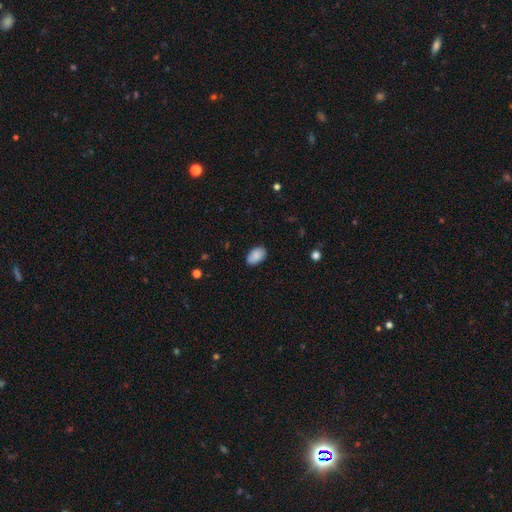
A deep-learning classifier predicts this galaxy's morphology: Overall: smooth (87%). How rounded: in between (92%). Merging: none (81%).